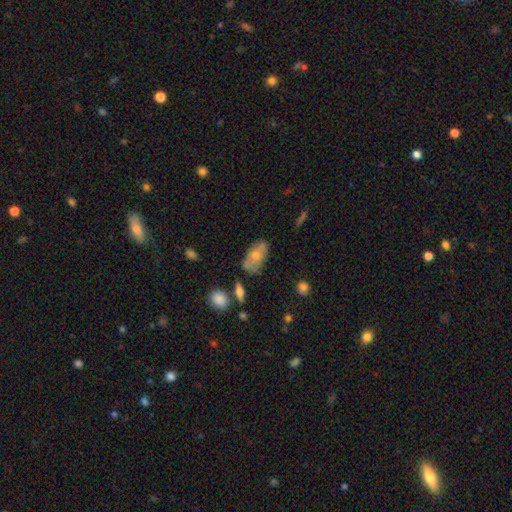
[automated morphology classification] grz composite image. It shows a smooth galaxy with no disk features (63%) that is in between round and cigar-shaped (91%). Merging: none (57%).